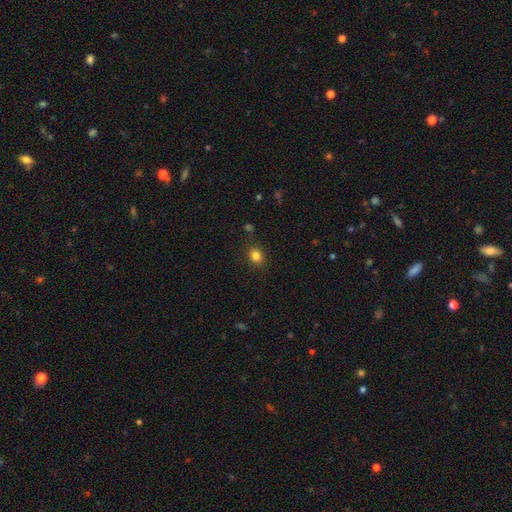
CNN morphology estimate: A smooth galaxy with no disk features (81%) that is round (66%).

Vote fractions:
- Smooth or featured? smooth: 81% / star or artifact: 13% / featured or disk: 6%
- How rounded? round: 66% / in between: 33% / cigar-shaped: 1%
- Merging? none: 84% / minor disturbance: 11% / major disturbance: 3% / merger: 2%